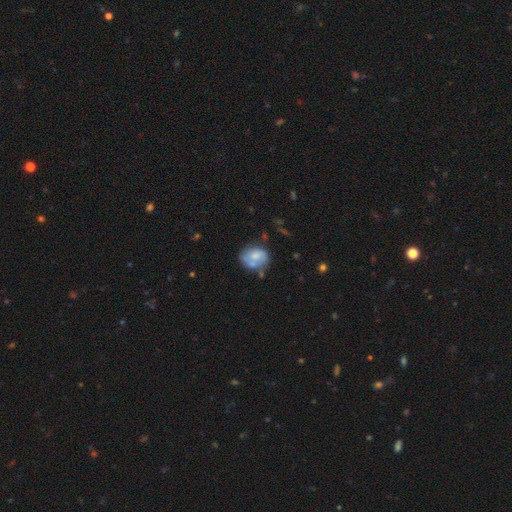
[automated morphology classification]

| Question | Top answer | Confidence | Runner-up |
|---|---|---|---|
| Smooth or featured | smooth | 57% | featured or disk (35%) |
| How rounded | round | 55% | in between (44%) |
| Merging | none | 47% | minor disturbance (27%) |